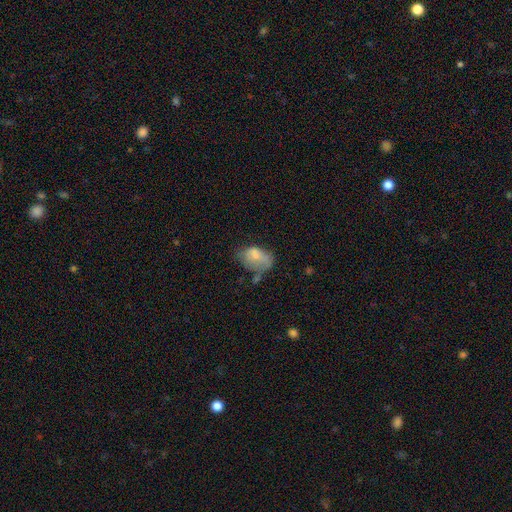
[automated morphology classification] smooth-or-featured: smooth: 69% | featured or disk: 22% | star or artifact: 9%
  how-rounded: in between: 86% | round: 12% | cigar-shaped: 1%
  merging: minor disturbance: 31% | major disturbance: 30% | none: 27% | merger: 11%